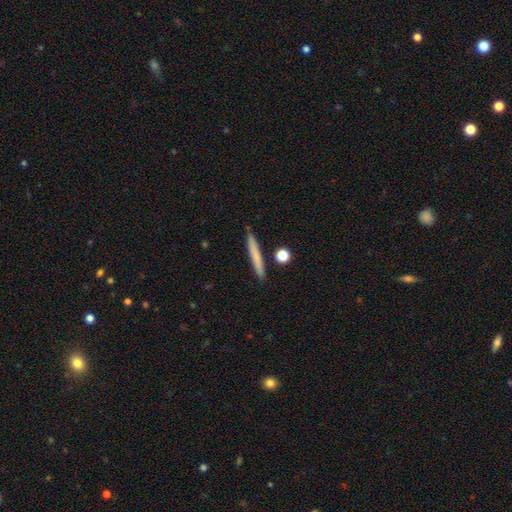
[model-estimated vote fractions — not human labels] A smooth galaxy with no disk features (70%) that is cigar-shaped (95%). Merging: none (88%).